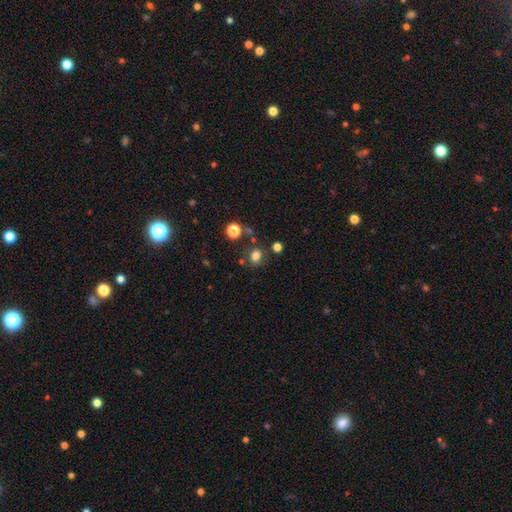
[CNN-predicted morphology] Smooth or featured: smooth — 78% (star or artifact — 15%)
How rounded: round — 64% (in between — 35%)
Merging: none — 74% (minor disturbance — 13%)